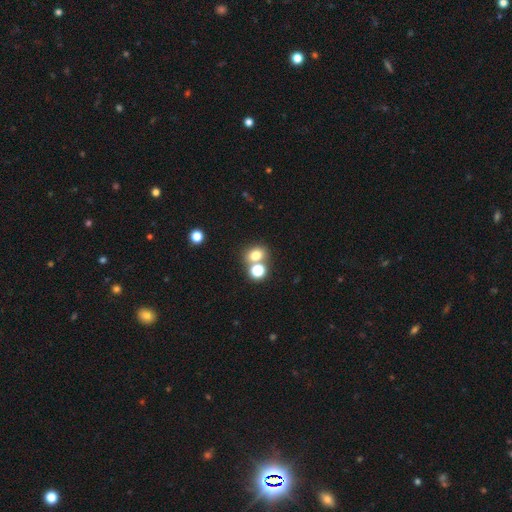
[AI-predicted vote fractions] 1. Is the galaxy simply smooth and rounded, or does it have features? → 74% smooth, 17% star or artifact, 9% featured or disk.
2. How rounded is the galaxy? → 63% round, 36% in between, 1% cigar-shaped.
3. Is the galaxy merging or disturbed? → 55% none, 33% merger, 8% minor disturbance, 3% major disturbance.